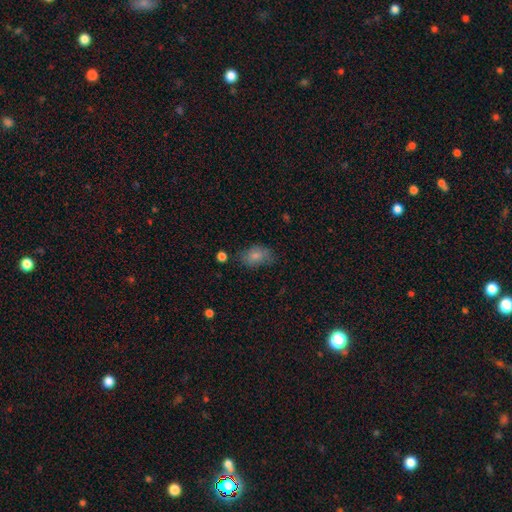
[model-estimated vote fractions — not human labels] This appears to be a smooth galaxy with no disk features (78%) that is in between round and cigar-shaped (85%). Merging: none (66%).